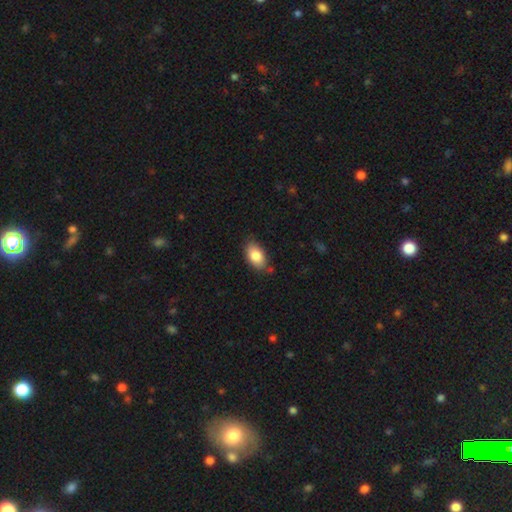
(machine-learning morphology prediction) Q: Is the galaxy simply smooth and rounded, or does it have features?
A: smooth — 83%.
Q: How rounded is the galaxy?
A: in between — 92%.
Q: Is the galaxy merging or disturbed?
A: none — 75%.